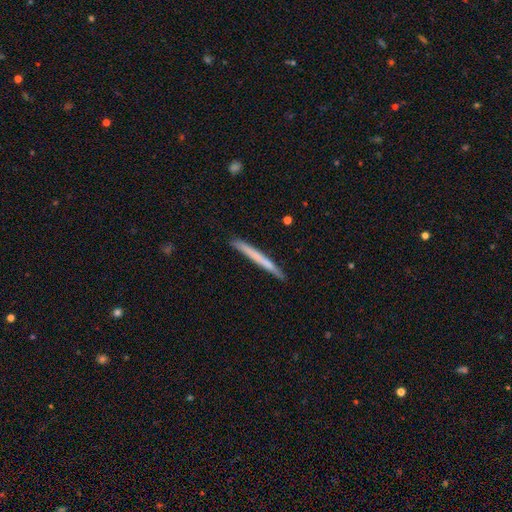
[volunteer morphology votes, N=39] smooth-or-featured: smooth: 51% | featured or disk: 46% | star or artifact: 3%
  how-rounded: cigar-shaped: 100% | round: 0% | in between: 0%
  merging: none: 61% | minor disturbance: 32% | major disturbance: 5% | merger: 3%